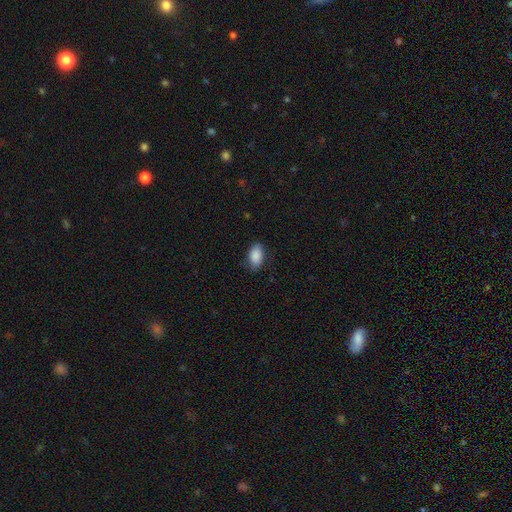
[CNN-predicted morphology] Overall: smooth (89%). How rounded: in between (92%). Merging: none (80%).